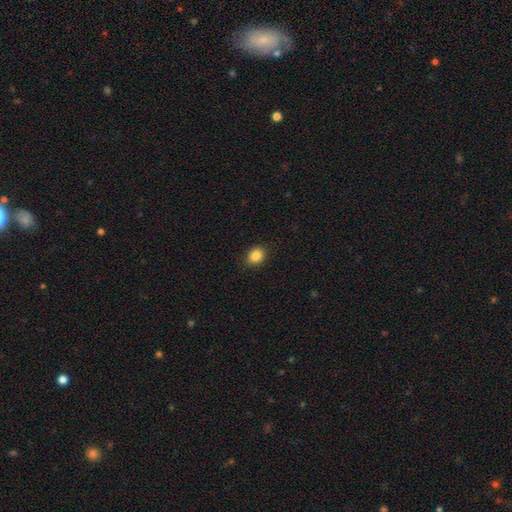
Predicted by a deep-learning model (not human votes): Overall: smooth (86%). How rounded: in between (51%; round 48%). Merging: none (88%).